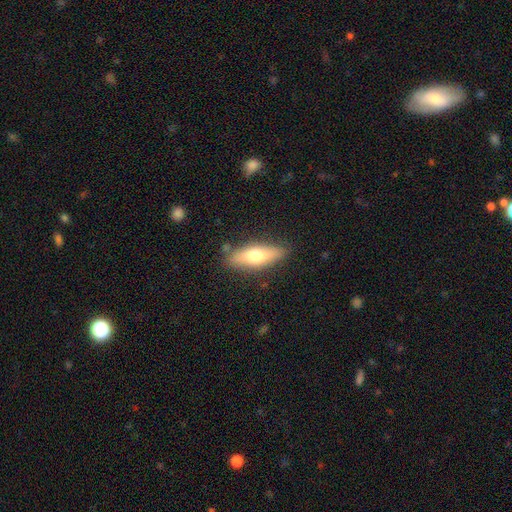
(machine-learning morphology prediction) This is likely a smooth galaxy (62%). How rounded: possibly in between (55%). Merging: clearly none (83%).